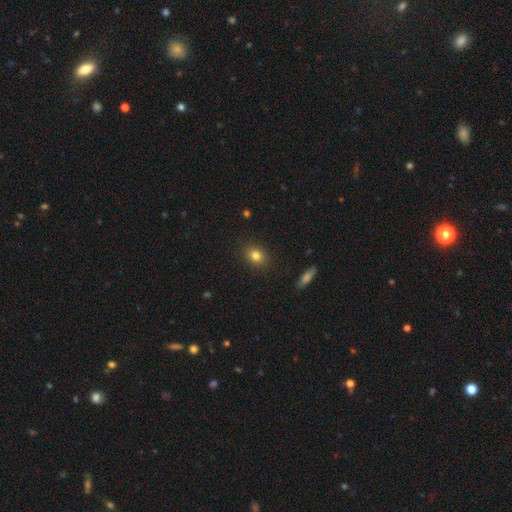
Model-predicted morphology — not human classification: smooth 80%, star or artifact 12%, featured or disk 9%. Down the decision tree: how rounded — in between (49%, tied with round); merging — none (88%).